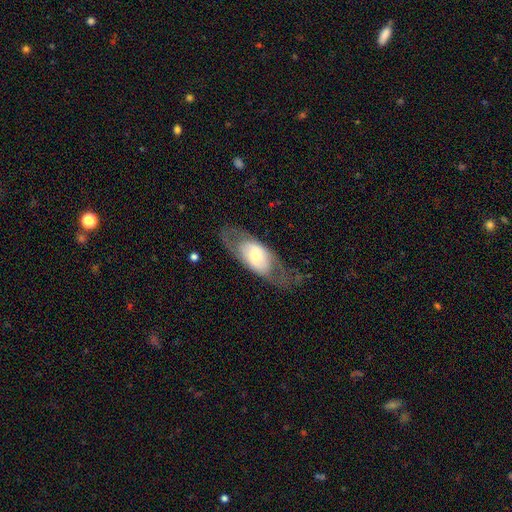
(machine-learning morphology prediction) This appears to be a featured or disk galaxy (57%). Merging: none (67%).